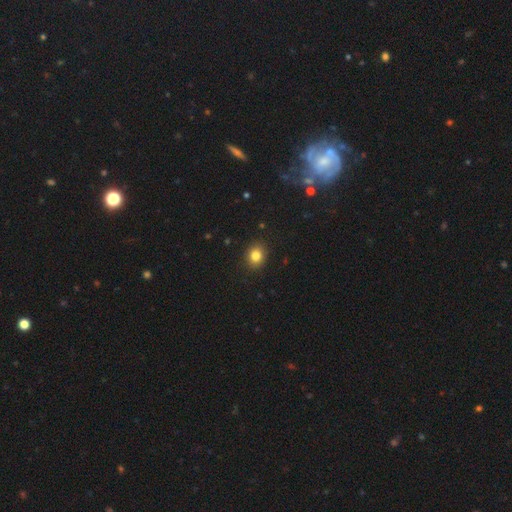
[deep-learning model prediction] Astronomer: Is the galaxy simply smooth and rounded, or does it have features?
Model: smooth — 83%.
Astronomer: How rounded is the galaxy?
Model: round — 60% (runner-up: in between, 39%).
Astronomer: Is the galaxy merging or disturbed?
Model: none — 90%.